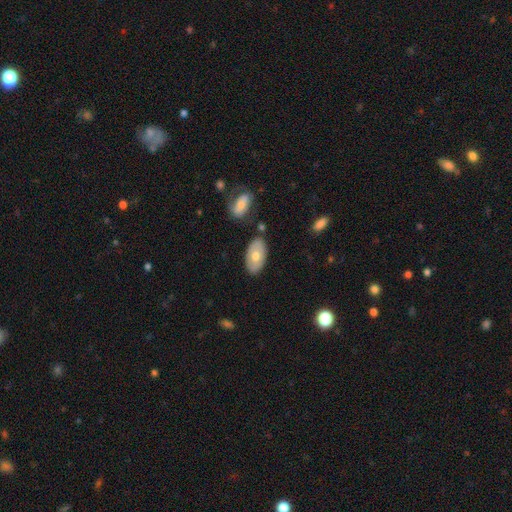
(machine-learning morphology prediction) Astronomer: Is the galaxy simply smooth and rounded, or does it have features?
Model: smooth — 63%.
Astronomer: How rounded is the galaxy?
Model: in between — 94%.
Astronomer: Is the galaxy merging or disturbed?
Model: none — 79%.